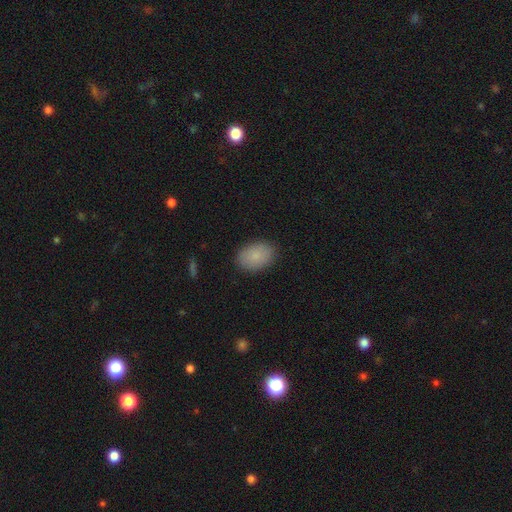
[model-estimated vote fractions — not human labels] smooth-or-featured: smooth: 85% | featured or disk: 7% | star or artifact: 7%
  how-rounded: in between: 80% | round: 19% | cigar-shaped: 1%
  merging: none: 87% | minor disturbance: 10% | major disturbance: 2% | merger: 1%